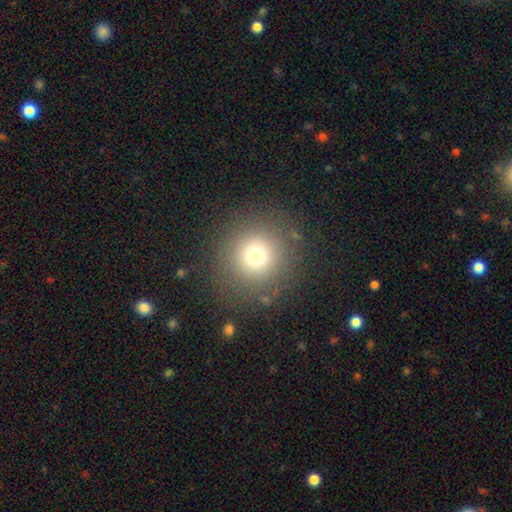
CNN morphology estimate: Q: Smooth or featured?
A: smooth (73%); runner-up: star or artifact (16%)
Q: How rounded?
A: round (95%); runner-up: in between (4%)
Q: Merging?
A: none (87%); runner-up: minor disturbance (7%)